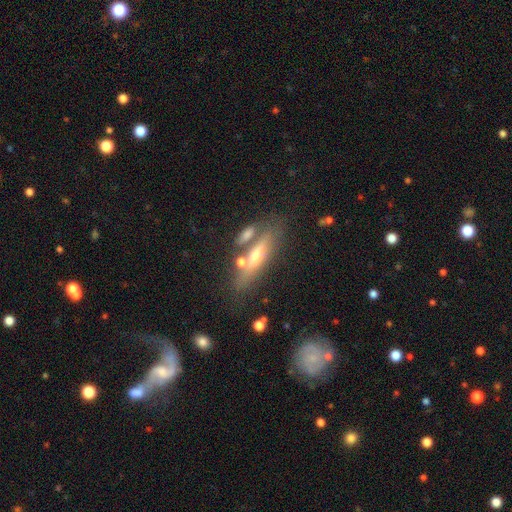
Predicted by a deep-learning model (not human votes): Morphology: type=featured or disk (49%); merging=none (63%).